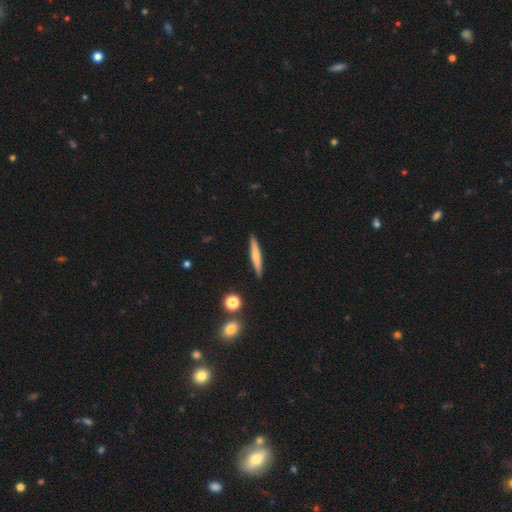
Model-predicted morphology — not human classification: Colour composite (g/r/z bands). It shows a smooth galaxy with no disk features (59%) that is cigar-shaped (93%). Merging: none (90%).